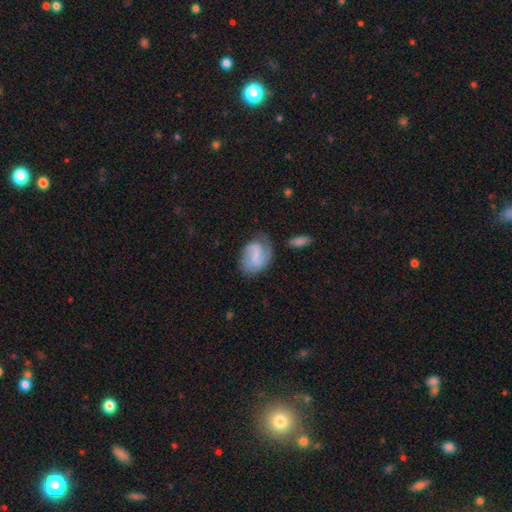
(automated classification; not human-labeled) Overall: featured or disk (62%; smooth 31%). Edge-on disk: no (97%). Bar: weak (52%; no 25%). Spiral arms: yes (89%). Spiral arm count: 2 (74%). Spiral winding: medium (43%; loose 36%). Bulge size: none (42%; small 41%). Merging: none (60%; minor disturbance 24%).